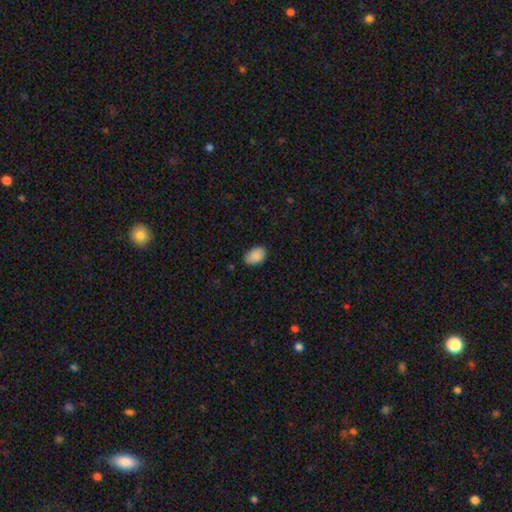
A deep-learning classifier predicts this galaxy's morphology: Overall: smooth (89%). How rounded: in between (87%). Merging: none (79%).